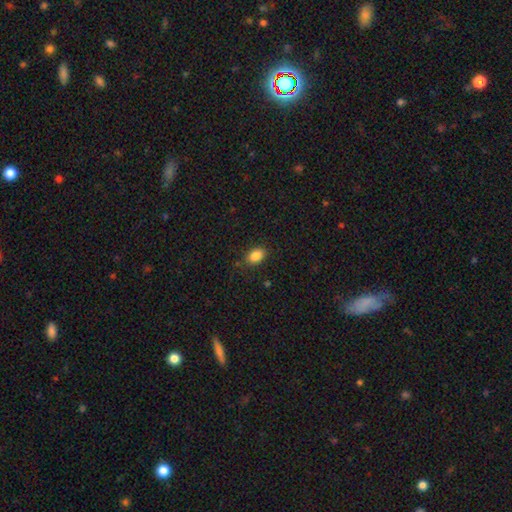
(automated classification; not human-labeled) Smooth or featured: smooth — 86% (star or artifact — 9%)
How rounded: in between — 85% (round — 14%)
Merging: none — 83% (minor disturbance — 12%)